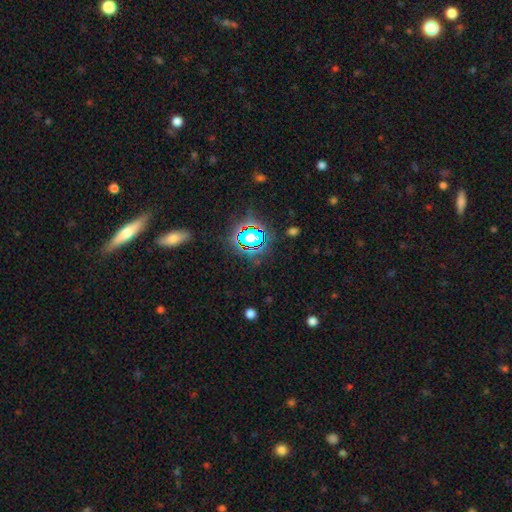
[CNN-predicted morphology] This is likely a star or artifact rather than a galaxy (72%).